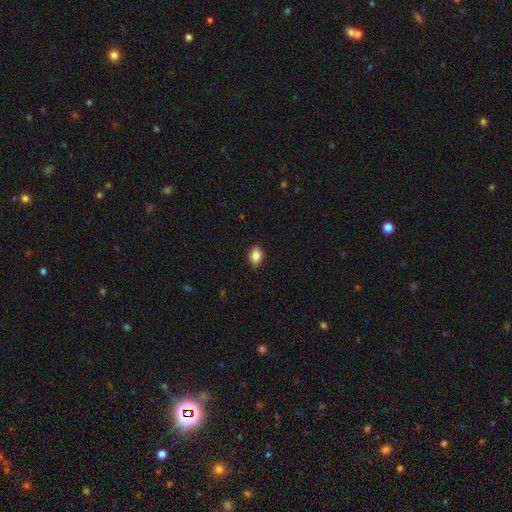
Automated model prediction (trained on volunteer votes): Q: Smooth or featured?
A: smooth (85%); runner-up: star or artifact (8%)
Q: How rounded?
A: in between (78%); runner-up: round (20%)
Q: Merging?
A: none (86%); runner-up: minor disturbance (12%)